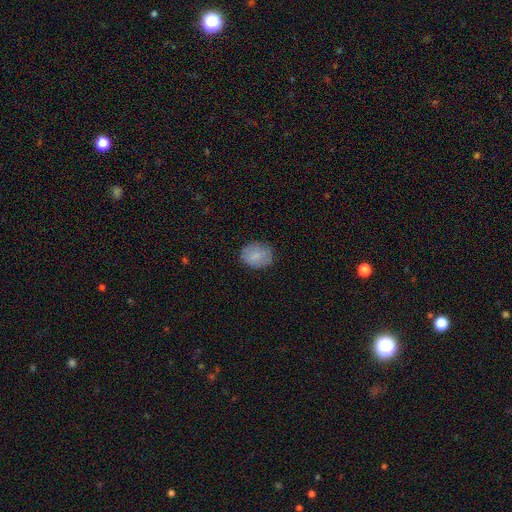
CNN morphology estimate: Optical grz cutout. It shows a smooth galaxy with no disk features (79%) that is in between round and cigar-shaped (59%). Merging: none (78%).